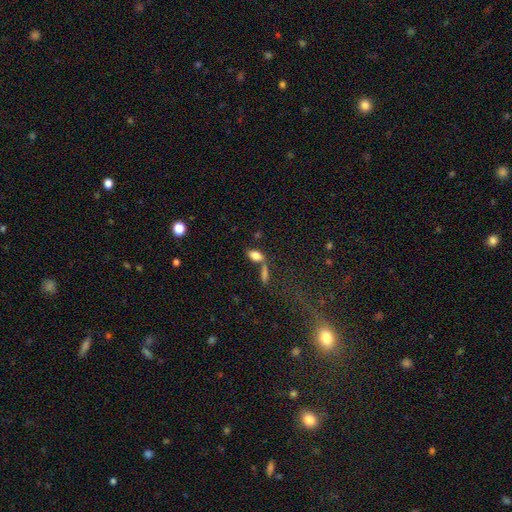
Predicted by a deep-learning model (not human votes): smooth_or_featured: smooth (p=0.79) [alt: featured or disk p=0.11]
how_rounded: in between (p=0.86) [alt: cigar-shaped p=0.08]
merging: none (p=0.44) [alt: merger p=0.38]